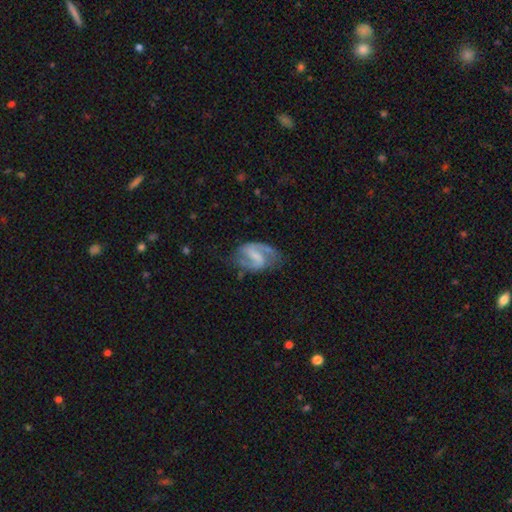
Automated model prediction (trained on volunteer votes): This is clearly a featured or disk galaxy (84%). It is clearly not viewed edge-on (98%). Bar: marginally weak (44%). Spiral arm pattern: clearly yes (94%). Spiral arm count: clearly 2 (91%). Spiral winding: possibly medium (55%). Central bulge: possibly none (49%). Merging: likely none (67%).